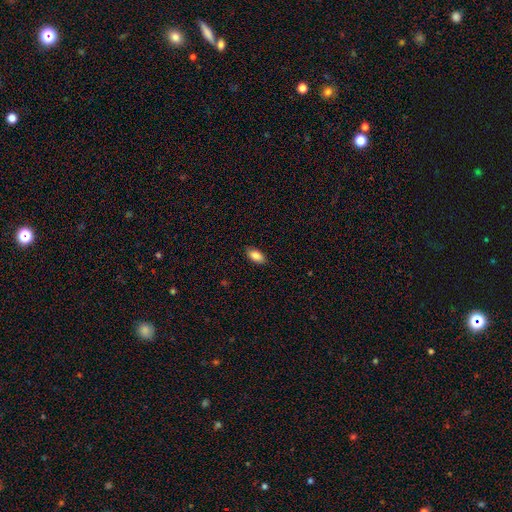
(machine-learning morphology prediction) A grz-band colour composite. It shows a smooth galaxy with no disk features (87%) that is in between round and cigar-shaped (91%). Merging: none (88%).